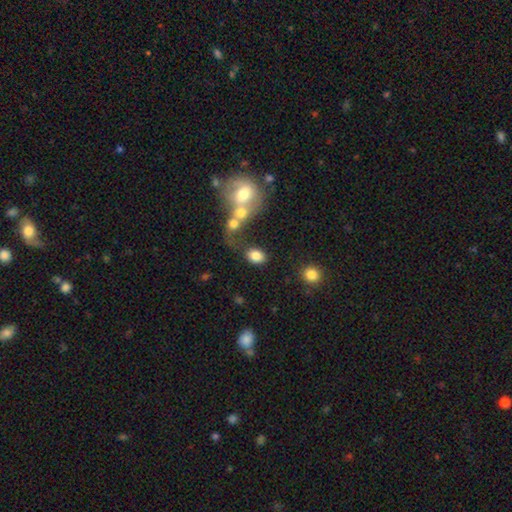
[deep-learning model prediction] Q: Smooth or featured?
A: smooth (82%); runner-up: star or artifact (10%)
Q: How rounded?
A: in between (67%); runner-up: round (31%)
Q: Merging?
A: none (58%); runner-up: merger (19%)